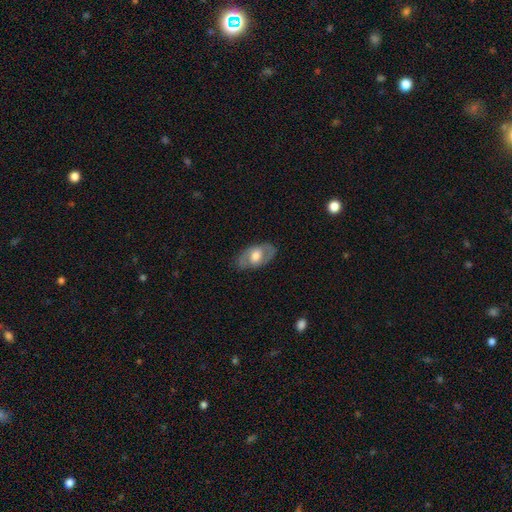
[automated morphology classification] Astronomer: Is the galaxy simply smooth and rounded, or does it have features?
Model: featured or disk — 52% (runner-up: smooth, 43%).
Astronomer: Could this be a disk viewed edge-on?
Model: no — 87%.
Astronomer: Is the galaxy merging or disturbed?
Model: none — 78%.